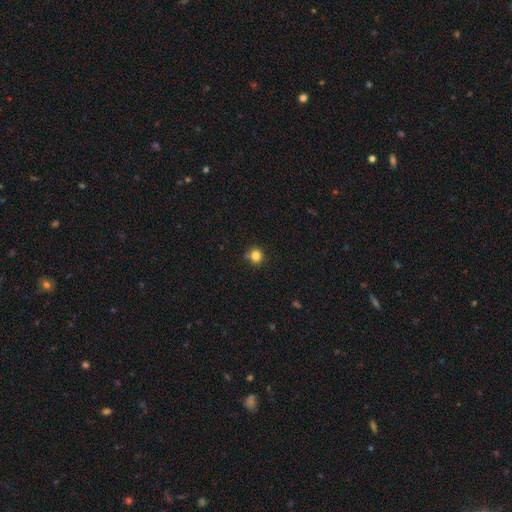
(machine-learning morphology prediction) This is clearly a smooth galaxy (82%). How rounded: clearly round (87%). Merging: likely none (75%).